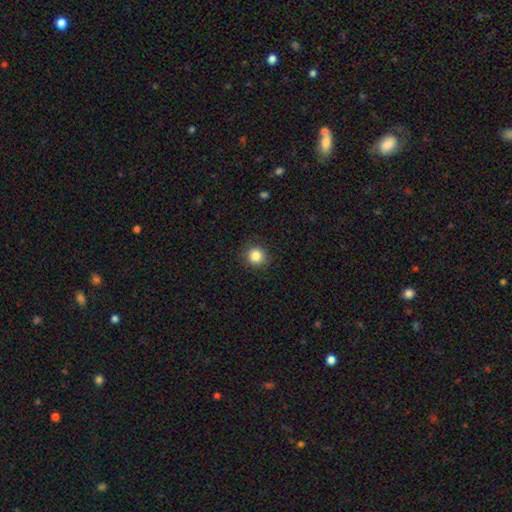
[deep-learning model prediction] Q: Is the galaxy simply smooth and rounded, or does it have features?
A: smooth — 85%.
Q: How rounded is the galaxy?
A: round — 92%.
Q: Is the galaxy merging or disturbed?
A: none — 90%.